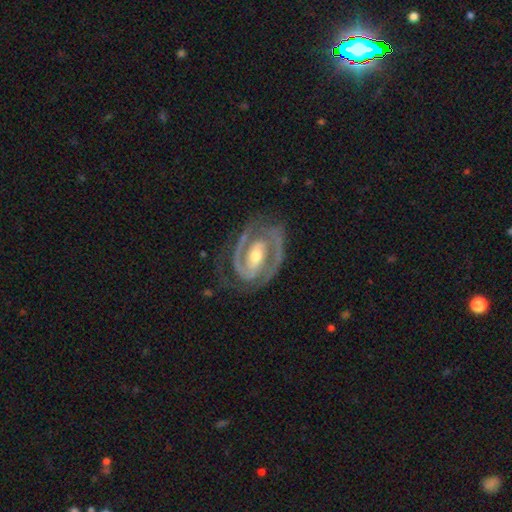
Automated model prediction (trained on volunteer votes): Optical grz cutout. It shows a featured or disk galaxy (92%) with a strong bar (42%), 2 (87%) tight (57%) spiral arms (96%) and a moderate central bulge (65%). Merging: none (75%).